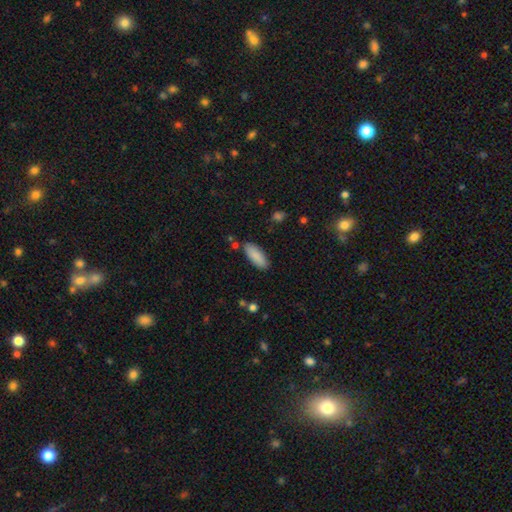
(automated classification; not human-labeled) smooth 89%, star or artifact 6%, featured or disk 5%. Down the decision tree: how rounded — in between (76%); merging — none (85%).